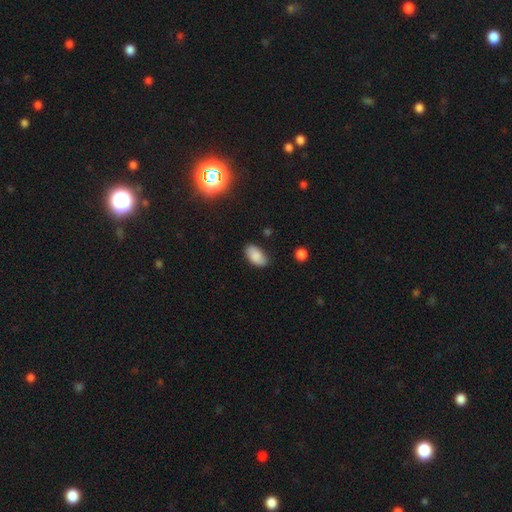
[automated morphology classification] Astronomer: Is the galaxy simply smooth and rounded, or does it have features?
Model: smooth — 84%.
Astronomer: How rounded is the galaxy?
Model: in between — 94%.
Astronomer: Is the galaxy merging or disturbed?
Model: none — 77%.